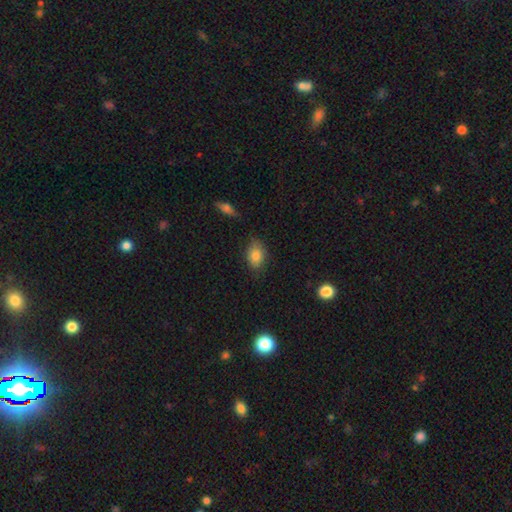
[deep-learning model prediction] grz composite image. It shows a smooth galaxy with no disk features (82%) that is in between round and cigar-shaped (79%). Merging: none (74%).